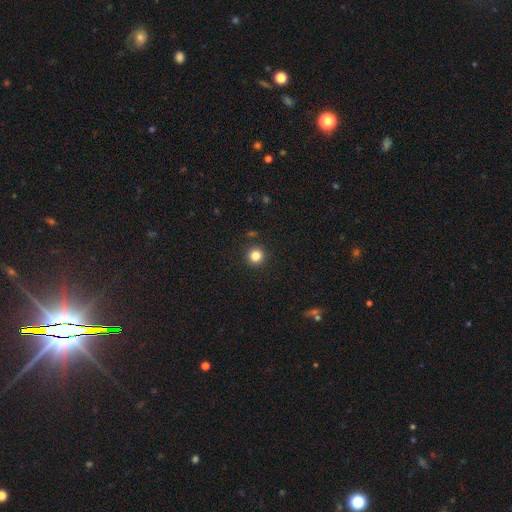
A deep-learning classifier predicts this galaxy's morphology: Overall: smooth (84%). How rounded: round (95%). Merging: none (91%).